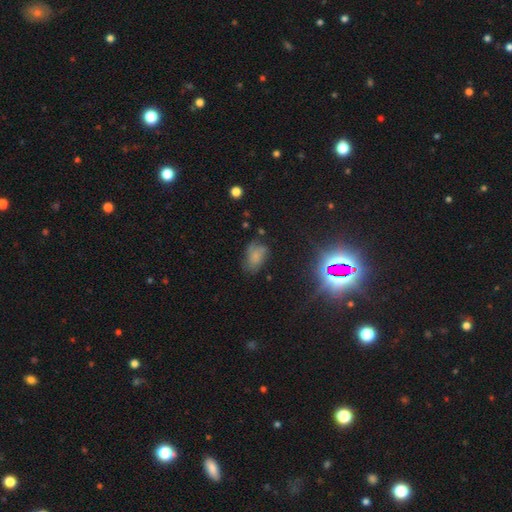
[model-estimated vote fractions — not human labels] Overall: smooth (57%; featured or disk 26%). How rounded: in between (85%). Merging: none (54%; minor disturbance 28%).